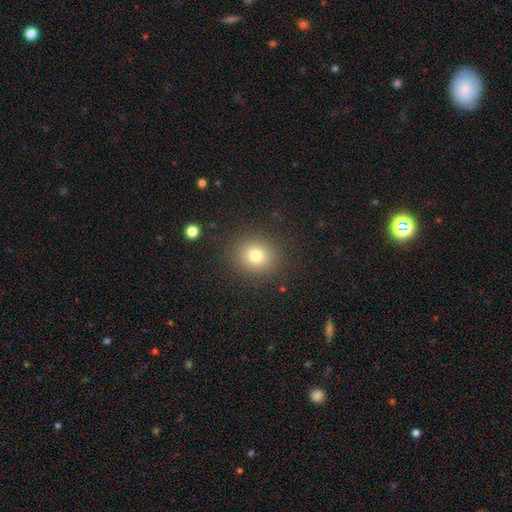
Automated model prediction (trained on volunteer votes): Smooth or featured: smooth — 77% (star or artifact — 14%)
How rounded: round — 84% (in between — 15%)
Merging: none — 88% (minor disturbance — 7%)